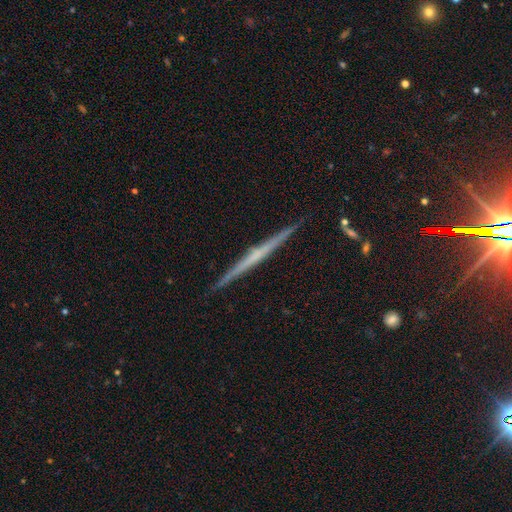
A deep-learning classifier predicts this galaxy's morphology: type=featured or disk (72%); edge-on=yes (98%); edge-on bulge=none (67%); merging=none (92%).